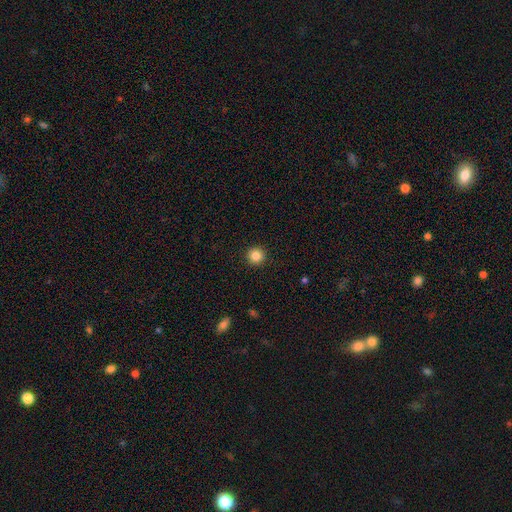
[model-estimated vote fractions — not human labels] The model was most divided on "smooth or featured": smooth: 85%, star or artifact: 11%, featured or disk: 4%. More confident: how rounded — round (96%); merging — none (93%).